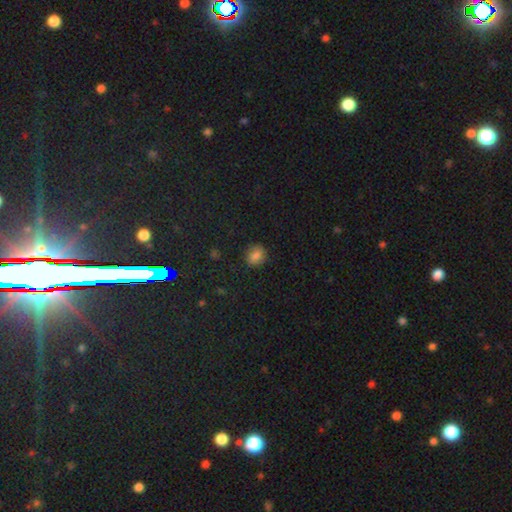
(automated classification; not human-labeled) smooth 80%, star or artifact 13%, featured or disk 8%. Down the decision tree: how rounded — round (68%); merging — none (84%).